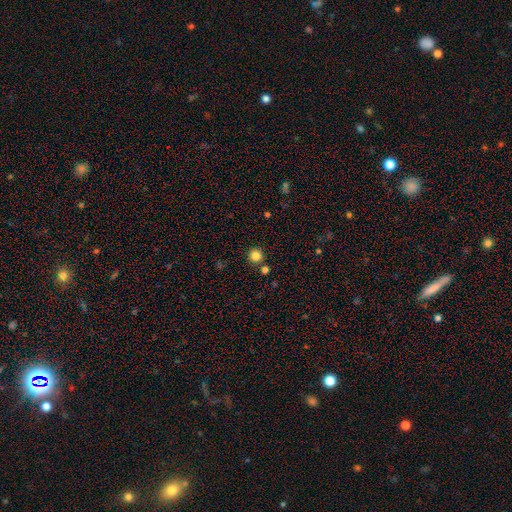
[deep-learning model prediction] smooth-or-featured: smooth: 84% | star or artifact: 12% | featured or disk: 4%
  how-rounded: round: 96% | in between: 3% | cigar-shaped: 1%
  merging: none: 88% | minor disturbance: 5% | merger: 5% | major disturbance: 2%